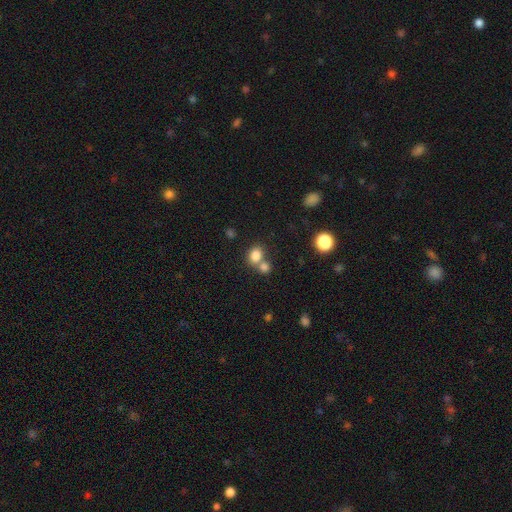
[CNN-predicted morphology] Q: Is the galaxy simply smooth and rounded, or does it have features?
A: smooth — 81%.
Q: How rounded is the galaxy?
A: round — 57%.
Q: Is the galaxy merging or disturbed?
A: none — 47%.